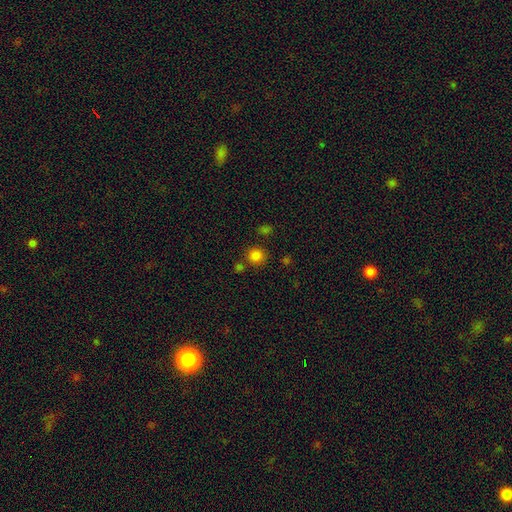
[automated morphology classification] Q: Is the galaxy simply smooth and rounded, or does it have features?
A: smooth — 82%.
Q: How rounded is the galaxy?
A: round — 90%.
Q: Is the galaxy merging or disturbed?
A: none — 78%.